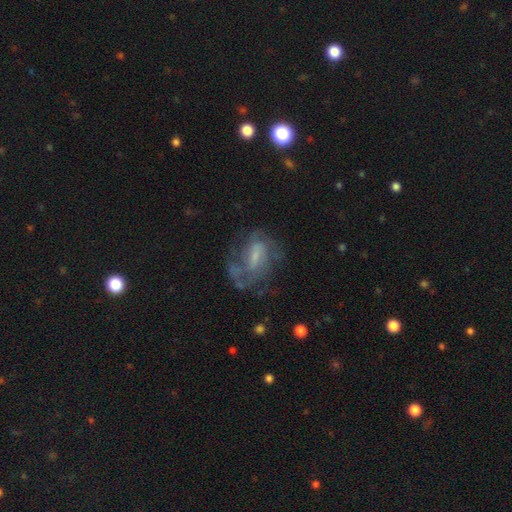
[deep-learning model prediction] Smooth or featured? featured or disk (70%)
Edge-on disk? no (96%)
Bar? weak (50%)
Spiral arms? yes (79%)
Spiral winding? medium (44%)
Spiral arm count? can't tell (37%)
Bulge size? small (45%)
Merging? none (51%)